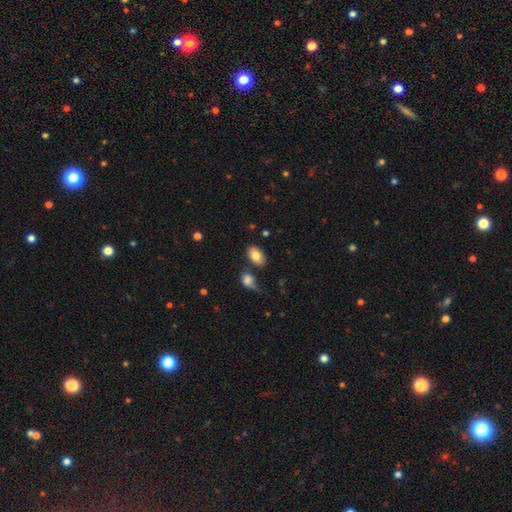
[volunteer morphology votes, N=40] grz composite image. It shows a smooth galaxy with no disk features (80%) that is in between round and cigar-shaped (94%). Merging: none (78%).